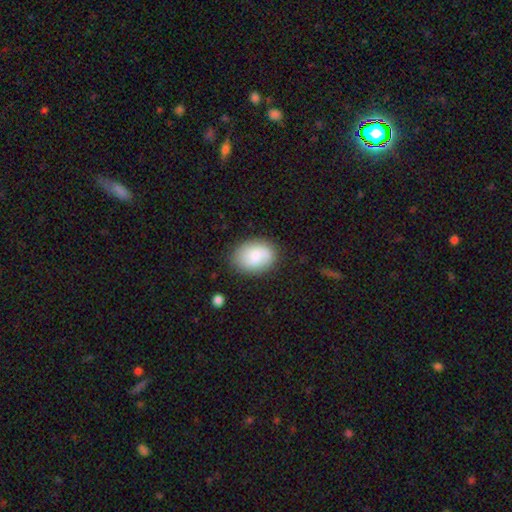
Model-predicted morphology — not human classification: A smooth galaxy with no disk features (66%) that is in between round and cigar-shaped (67%). Merging: none (75%).